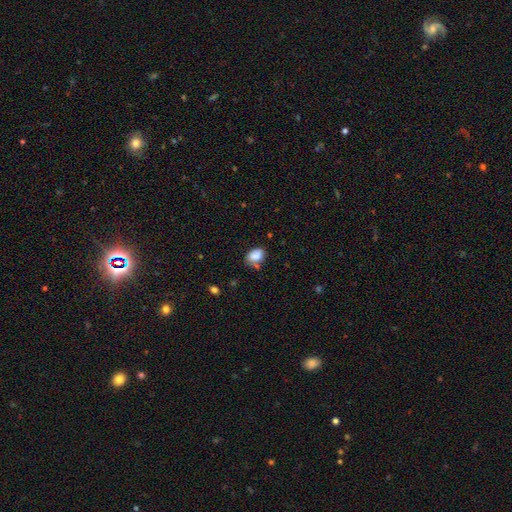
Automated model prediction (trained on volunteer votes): Smooth or featured?
  - smooth: 81% *
  - featured or disk: 9%
  - star or artifact: 9%
How rounded?
  - in between: 83% *
  - round: 16%
  - cigar-shaped: 1%
Merging?
  - none: 53% *
  - minor disturbance: 26%
  - merger: 13%
  - major disturbance: 8%